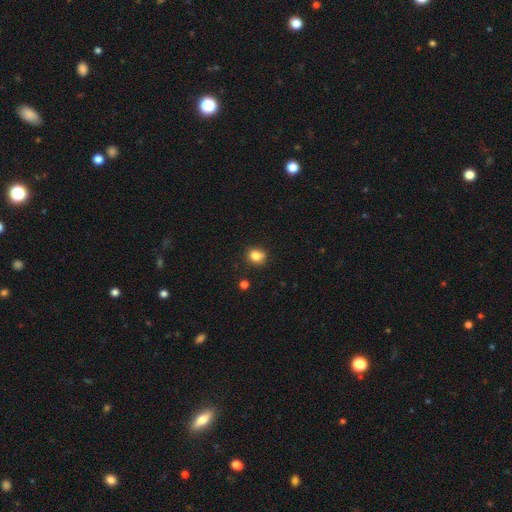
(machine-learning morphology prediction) Smooth or featured? Predicted: smooth (p=0.82). How rounded? Predicted: round (p=0.66). Merging? Predicted: none (p=0.78).